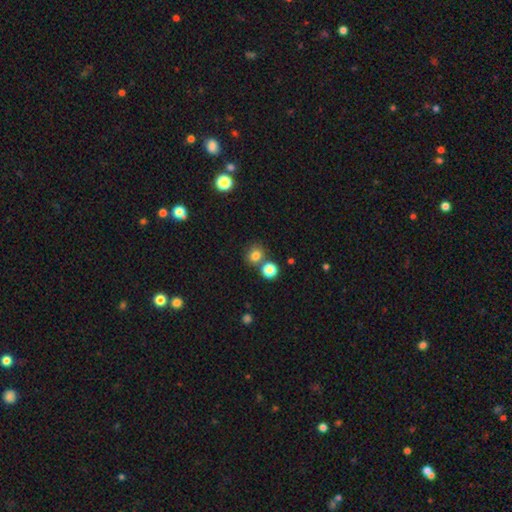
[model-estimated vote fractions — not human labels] This appears to be a smooth galaxy with no disk features (79%) that is round (80%). Merging: none (66%).